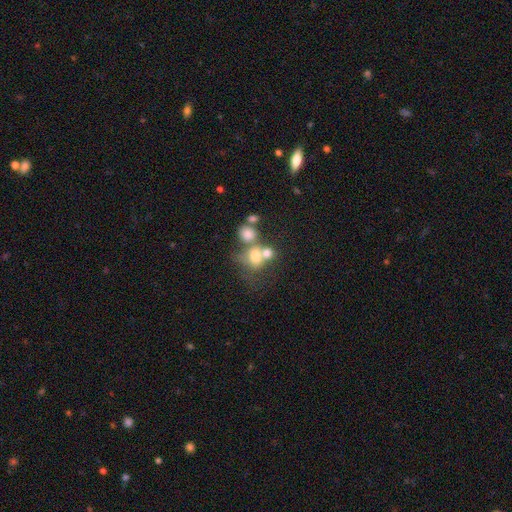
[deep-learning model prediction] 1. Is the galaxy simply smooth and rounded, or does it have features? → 65% smooth, 20% featured or disk, 15% star or artifact.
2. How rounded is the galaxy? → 61% round, 38% in between, 1% cigar-shaped.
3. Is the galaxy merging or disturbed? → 53% merger, 27% none, 10% major disturbance, 10% minor disturbance.